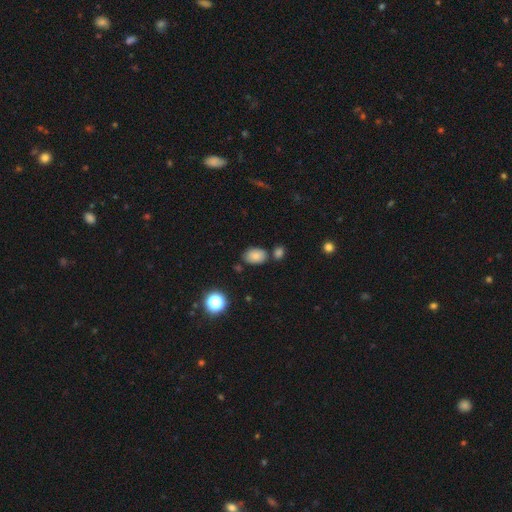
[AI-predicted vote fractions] Smooth or featured? smooth (80%)
How rounded? in between (83%)
Merging? none (70%)